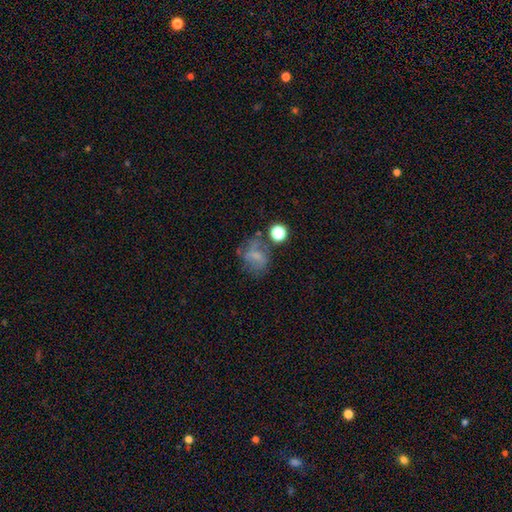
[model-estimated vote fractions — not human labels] The model was most divided on "how rounded": round: 56%, in between: 43%, cigar-shaped: 1%. Remaining: smooth or featured — smooth (54%); merging — none (43%).